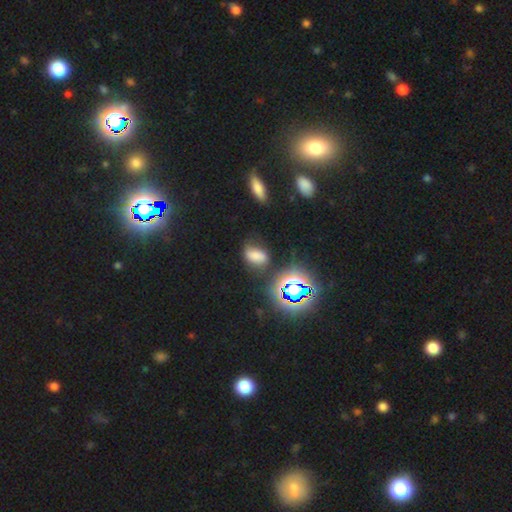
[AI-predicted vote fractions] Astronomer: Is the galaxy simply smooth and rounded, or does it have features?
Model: smooth — 61%.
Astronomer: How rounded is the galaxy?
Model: in between — 82%.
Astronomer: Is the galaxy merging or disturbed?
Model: none — 59%.